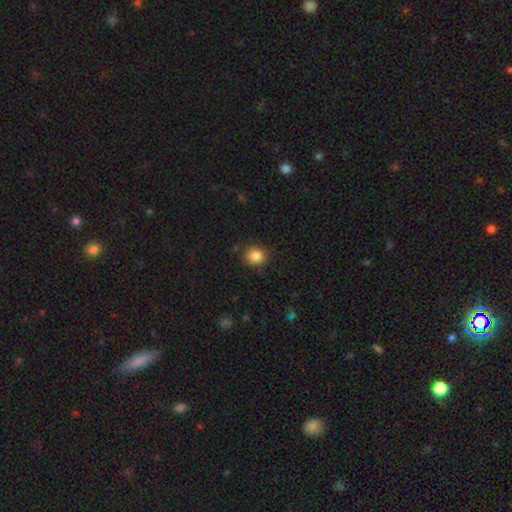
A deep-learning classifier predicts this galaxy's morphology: This is clearly a smooth galaxy (84%). How rounded: likely round (78%). Merging: clearly none (81%).